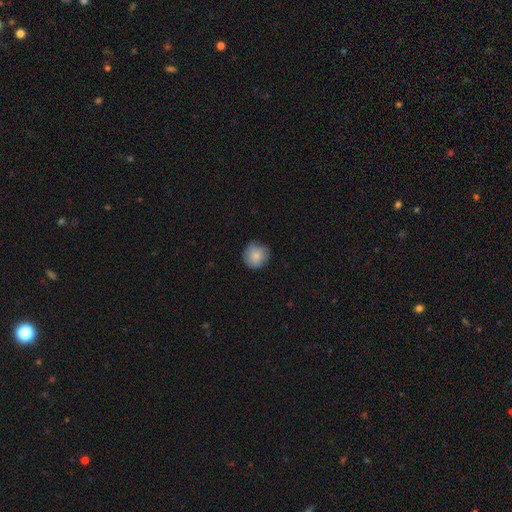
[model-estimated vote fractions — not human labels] smooth 83%, featured or disk 9%, star or artifact 8%. Down the decision tree: how rounded — round (92%); merging — none (80%).